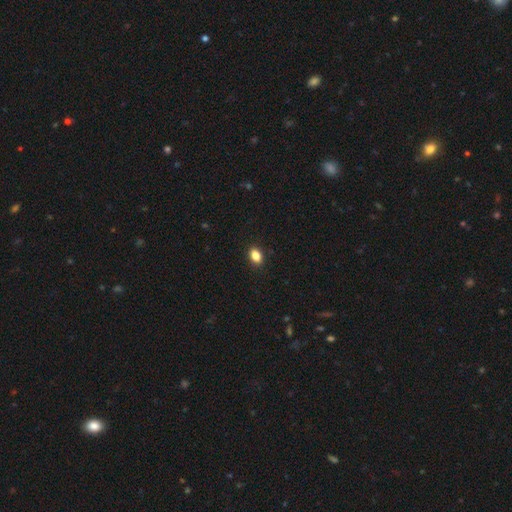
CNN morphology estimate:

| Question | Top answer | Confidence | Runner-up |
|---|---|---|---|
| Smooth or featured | smooth | 86% | star or artifact (9%) |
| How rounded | in between | 80% | round (18%) |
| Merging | none | 89% | minor disturbance (8%) |